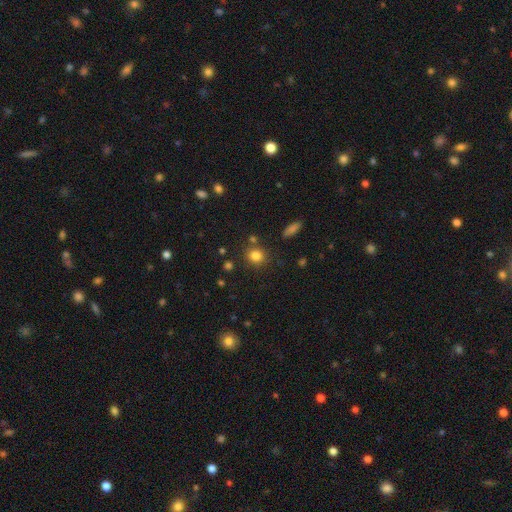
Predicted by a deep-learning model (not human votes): Overall: smooth (82%). How rounded: round (82%). Merging: none (80%).